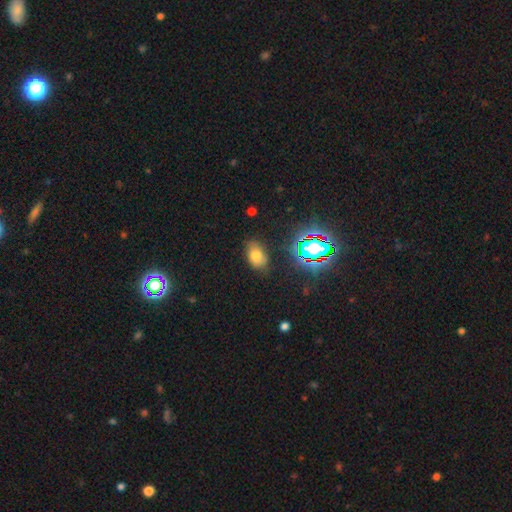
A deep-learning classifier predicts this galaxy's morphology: Q: Smooth or featured?
A: smooth (70%); runner-up: star or artifact (18%)
Q: How rounded?
A: in between (84%); runner-up: round (14%)
Q: Merging?
A: none (77%); runner-up: minor disturbance (16%)